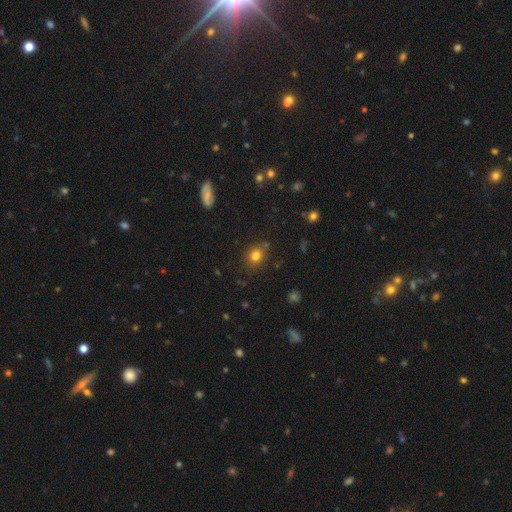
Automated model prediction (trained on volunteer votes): A smooth galaxy with no disk features (80%) that is round (67%).

Vote fractions:
- Smooth or featured? smooth: 80% / star or artifact: 14% / featured or disk: 7%
- How rounded? round: 67% / in between: 32% / cigar-shaped: 1%
- Merging? none: 79% / minor disturbance: 12% / merger: 5% / major disturbance: 4%